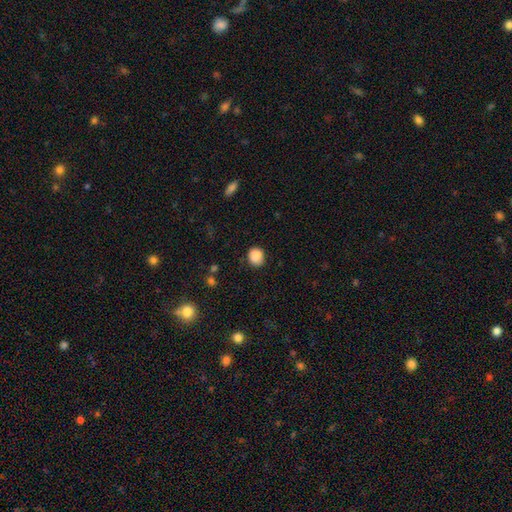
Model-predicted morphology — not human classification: This appears to be a smooth galaxy with no disk features (88%) that is round (73%). Merging: none (83%).